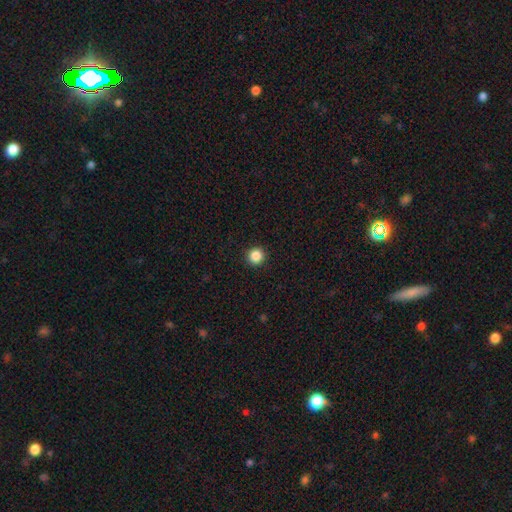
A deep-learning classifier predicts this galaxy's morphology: Smooth or featured?
  - smooth: 86% *
  - star or artifact: 11%
  - featured or disk: 3%
How rounded?
  - round: 96% *
  - in between: 4%
  - cigar-shaped: 1%
Merging?
  - none: 94% *
  - minor disturbance: 4%
  - major disturbance: 1%
  - merger: 1%